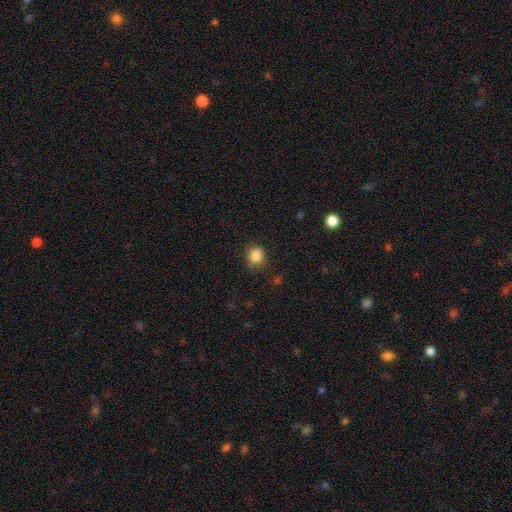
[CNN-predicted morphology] Smooth or featured?
  - smooth: 85% *
  - star or artifact: 10%
  - featured or disk: 4%
How rounded?
  - round: 72% *
  - in between: 27%
  - cigar-shaped: 1%
Merging?
  - none: 75% *
  - minor disturbance: 19%
  - major disturbance: 4%
  - merger: 2%